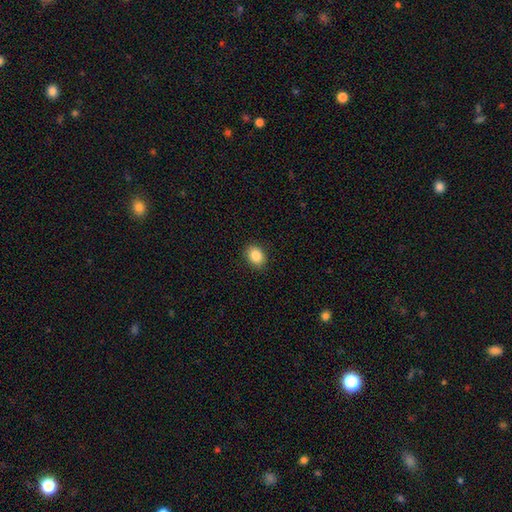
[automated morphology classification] type=smooth (87%); roundness=in between (58%); merging=none (90%).